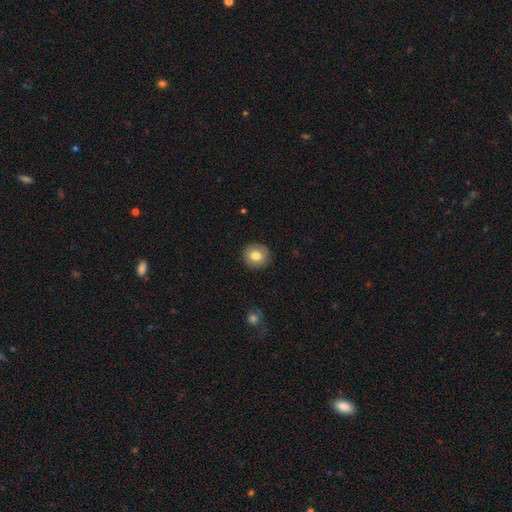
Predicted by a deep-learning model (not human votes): The model was most divided on "smooth or featured": smooth: 79%, featured or disk: 13%, star or artifact: 8%. More confident: merging — none (90%); how rounded — round (89%).